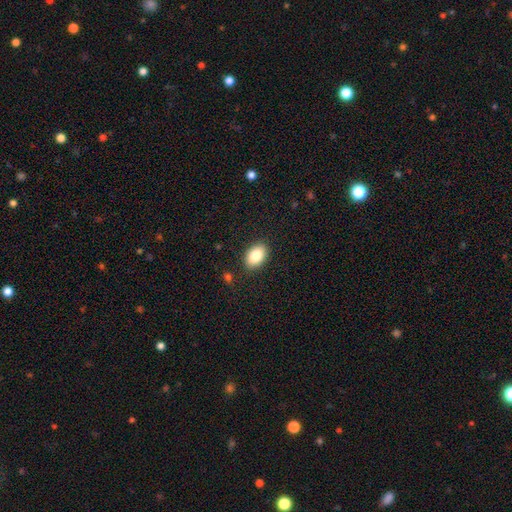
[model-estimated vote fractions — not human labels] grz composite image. It shows a smooth galaxy with no disk features (84%) that is in between round and cigar-shaped (88%). Merging: none (88%).